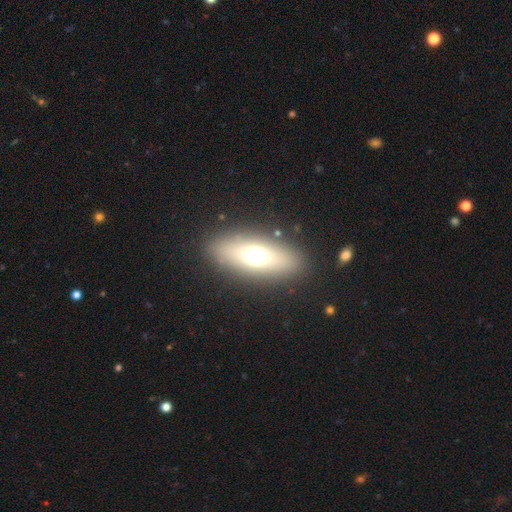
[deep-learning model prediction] A smooth galaxy with no disk features (57%) that is in between round and cigar-shaped (72%).

Vote fractions:
- Smooth or featured? smooth: 57% / featured or disk: 29% / star or artifact: 14%
- How rounded? in between: 72% / cigar-shaped: 17% / round: 11%
- Merging? none: 86% / minor disturbance: 8% / major disturbance: 4% / merger: 1%